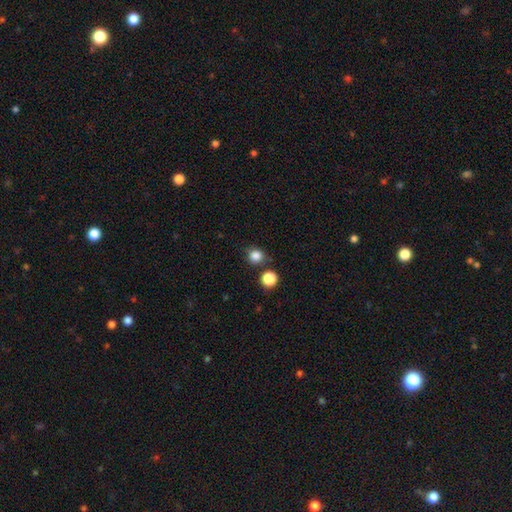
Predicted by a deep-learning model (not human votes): A smooth galaxy with no disk features (84%) that is round (87%). Merging: none (78%).